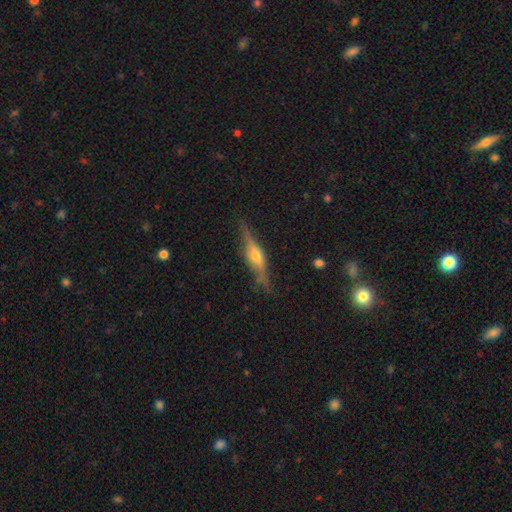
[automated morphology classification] smooth_or_featured: featured or disk (p=0.75) [alt: smooth p=0.18]
disk_edge_on: yes (p=0.96) [alt: no p=0.04]
edge_on_bulge: rounded (p=0.87) [alt: boxy p=0.09]
merging: none (p=0.84) [alt: minor disturbance p=0.12]